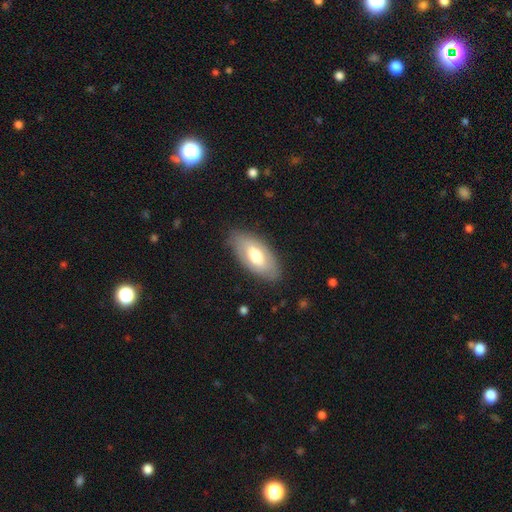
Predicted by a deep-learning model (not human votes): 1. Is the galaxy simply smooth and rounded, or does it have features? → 61% smooth, 33% featured or disk, 6% star or artifact.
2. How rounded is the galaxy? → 91% in between, 6% cigar-shaped, 3% round.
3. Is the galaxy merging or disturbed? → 81% none, 14% minor disturbance, 4% major disturbance, 1% merger.